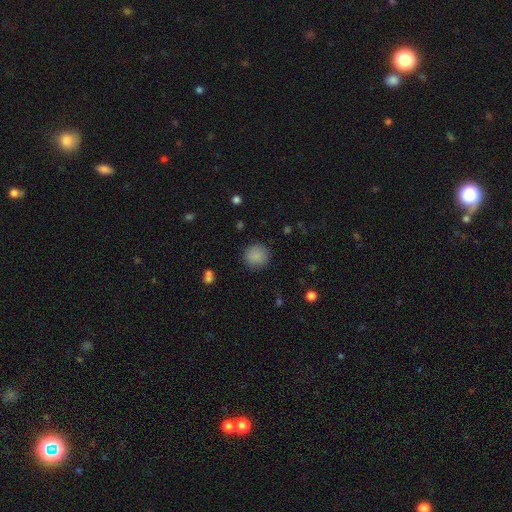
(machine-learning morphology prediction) A smooth galaxy with no disk features (86%) that is round (92%).

Vote fractions:
- Smooth or featured? smooth: 86% / star or artifact: 10% / featured or disk: 4%
- How rounded? round: 92% / in between: 7% / cigar-shaped: 1%
- Merging? none: 87% / minor disturbance: 9% / major disturbance: 3% / merger: 1%